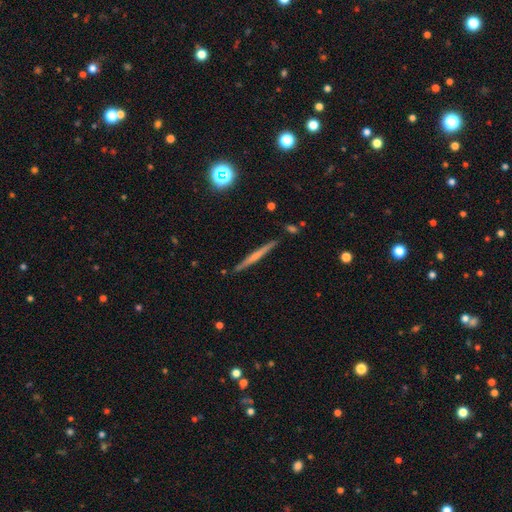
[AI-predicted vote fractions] Smooth or featured? Predicted: featured or disk (p=0.56). Edge-on disk? Predicted: yes (p=0.97). Edge-on bulge? Predicted: none (p=0.61). Merging? Predicted: none (p=0.90).